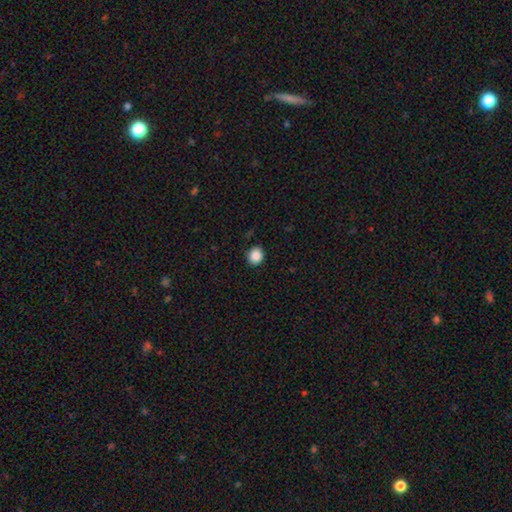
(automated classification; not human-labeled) A smooth galaxy with no disk features (88%) that is round (72%). Merging: none (89%).